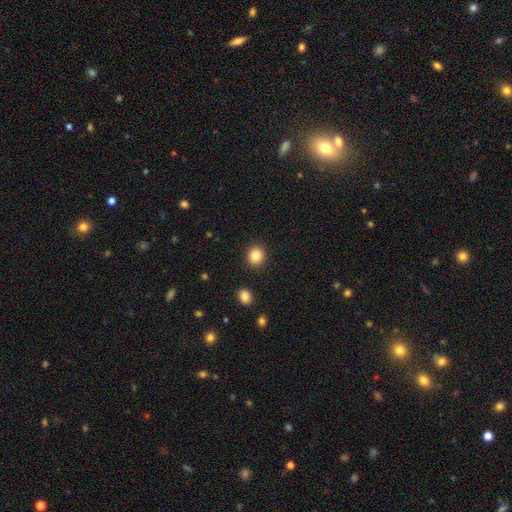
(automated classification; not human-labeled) This is clearly a smooth galaxy (85%). How rounded: clearly round (84%). Merging: clearly none (91%).